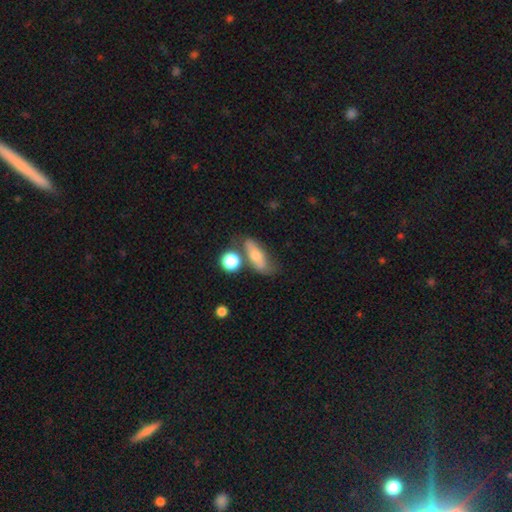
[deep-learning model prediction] A smooth galaxy with no disk features (55%) that is in between round and cigar-shaped (62%).

Vote fractions:
- Smooth or featured? smooth: 55% / featured or disk: 36% / star or artifact: 9%
- How rounded? in between: 62% / cigar-shaped: 28% / round: 10%
- Merging? none: 55% / minor disturbance: 21% / merger: 14% / major disturbance: 9%